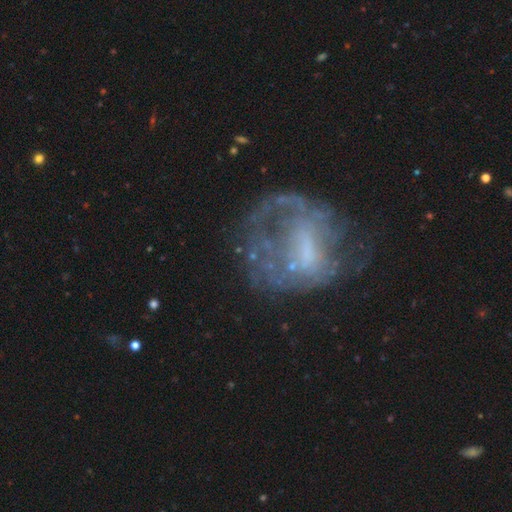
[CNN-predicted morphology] A featured or disk galaxy (62%) with no bar (53%), no spiral arms (61%) and no central bulge (43%). Merging: none (45%).